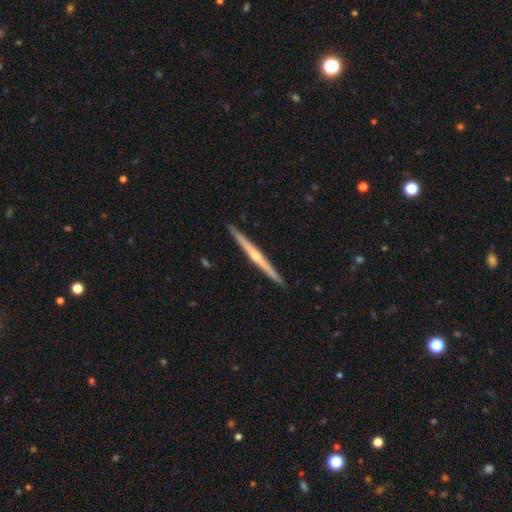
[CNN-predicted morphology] Overall: featured or disk (77%). Edge-on disk: yes (98%). Edge-on bulge: rounded (79%). Merging: none (93%).